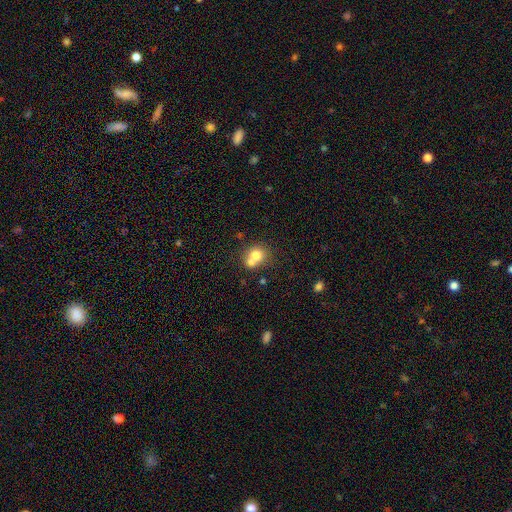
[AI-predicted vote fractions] A smooth galaxy with no disk features (73%) that is round (75%).

Vote fractions:
- Smooth or featured? smooth: 73% / featured or disk: 16% / star or artifact: 10%
- How rounded? round: 75% / in between: 24% / cigar-shaped: 1%
- Merging? merger: 55% / none: 34% / minor disturbance: 8% / major disturbance: 3%